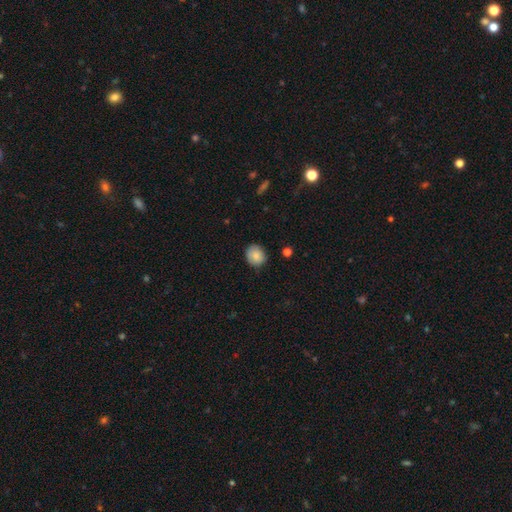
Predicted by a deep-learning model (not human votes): This is clearly a smooth galaxy (85%). How rounded: likely round (76%). Merging: clearly none (82%).